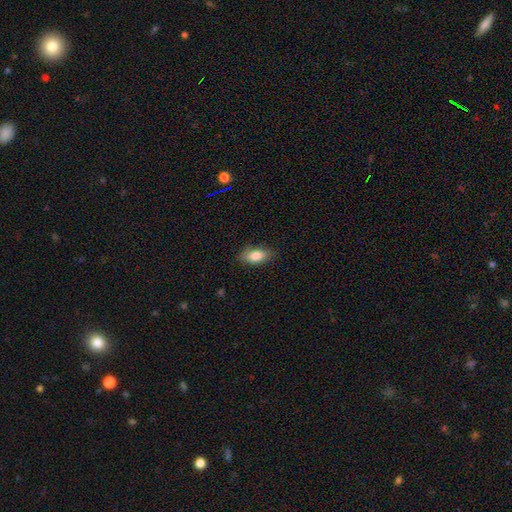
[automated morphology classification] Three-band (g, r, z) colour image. It shows a smooth galaxy with no disk features (84%) that is in between round and cigar-shaped (88%). Merging: none (81%).